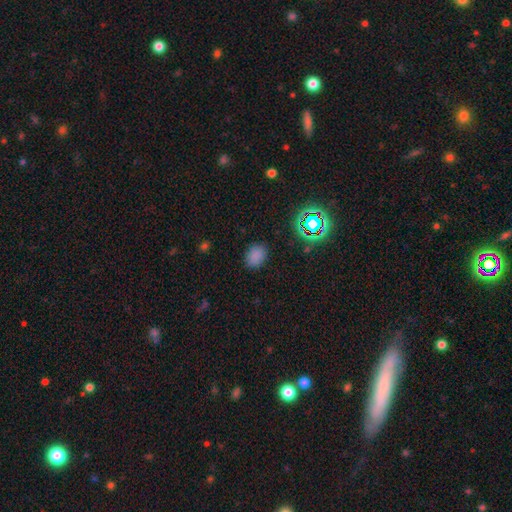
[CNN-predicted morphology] This appears to be a smooth galaxy with no disk features (77%) that is in between round and cigar-shaped (67%). Merging: none (83%).